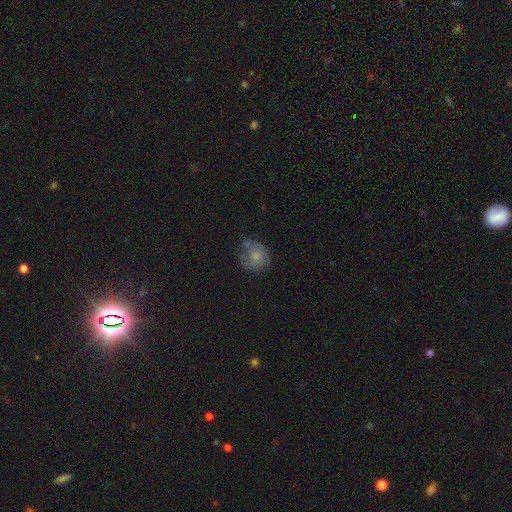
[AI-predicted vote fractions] This is likely a smooth galaxy (73%). How rounded: likely round (75%). Merging: possibly none (54%).